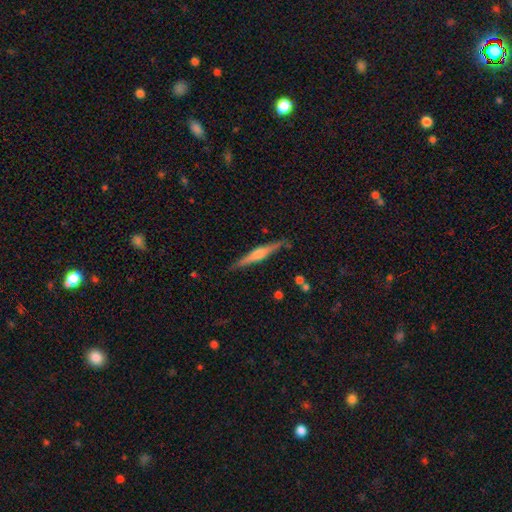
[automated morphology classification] This appears to be a featured or disk galaxy (70%) viewed edge-on (98%) with a rounded central bulge (66%). Merging: none (89%).